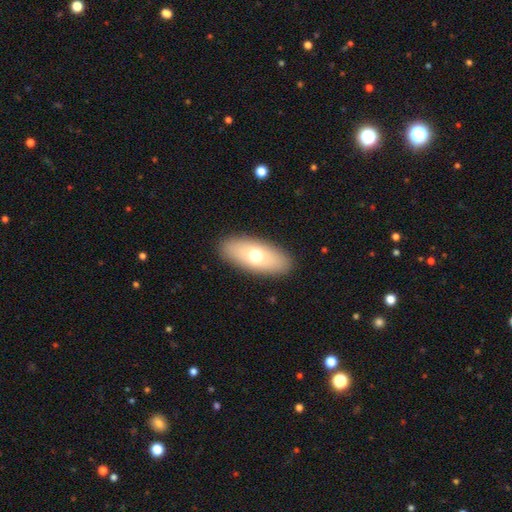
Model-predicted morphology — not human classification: Smooth or featured? Predicted: smooth (p=0.65). How rounded? Predicted: in between (p=0.83). Merging? Predicted: none (p=0.88).